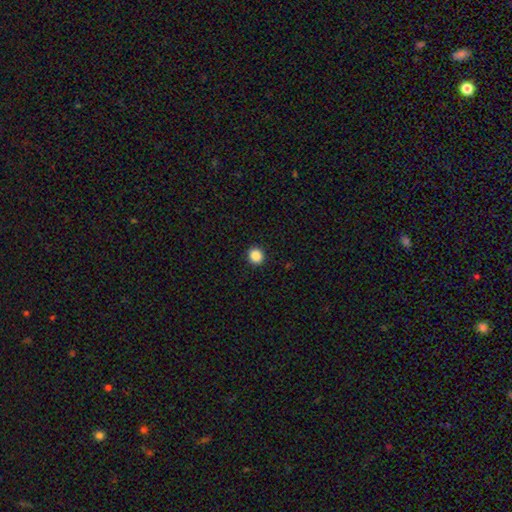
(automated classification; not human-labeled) smooth 88%, star or artifact 10%, featured or disk 3%. Down the decision tree: how rounded — round (85%); merging — none (92%).